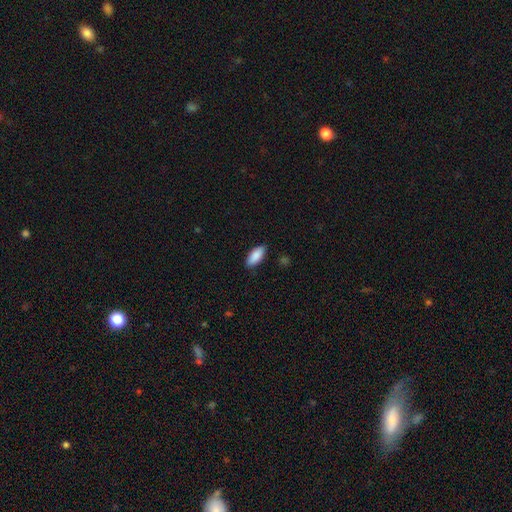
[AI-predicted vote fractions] smooth_or_featured: smooth (p=0.89) [alt: star or artifact p=0.06]
how_rounded: in between (p=0.85) [alt: cigar-shaped p=0.13]
merging: none (p=0.86) [alt: minor disturbance p=0.11]